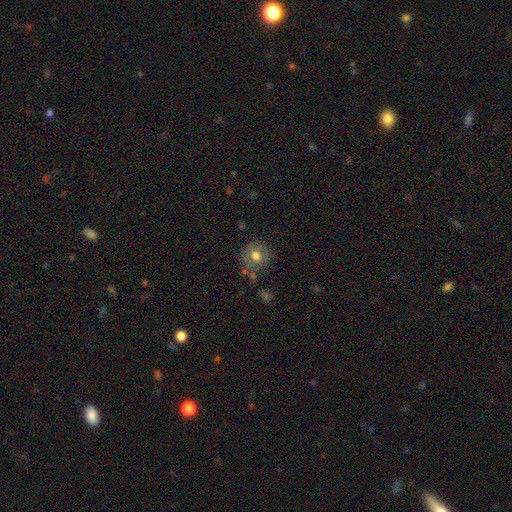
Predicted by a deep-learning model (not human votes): Overall: smooth (67%). How rounded: round (86%). Merging: none (72%).